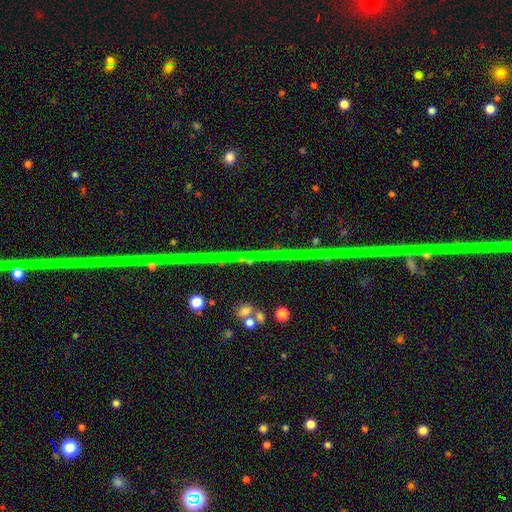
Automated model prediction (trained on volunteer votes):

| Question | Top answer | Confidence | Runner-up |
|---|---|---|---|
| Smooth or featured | star or artifact | 68% | featured or disk (21%) |